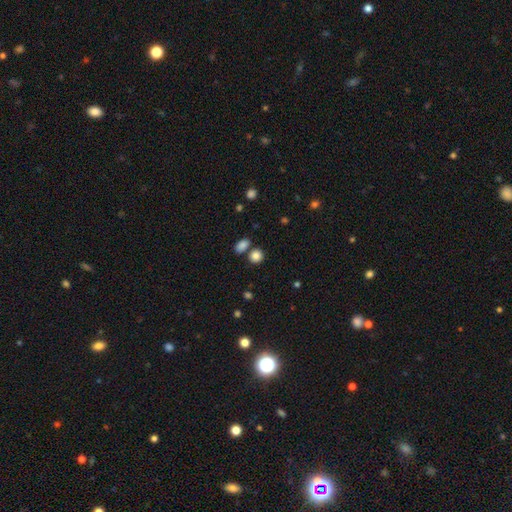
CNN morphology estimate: A smooth galaxy with no disk features (85%) that is round (74%).

Vote fractions:
- Smooth or featured? smooth: 85% / star or artifact: 10% / featured or disk: 5%
- How rounded? round: 74% / in between: 25% / cigar-shaped: 1%
- Merging? none: 68% / merger: 19% / minor disturbance: 9% / major disturbance: 3%